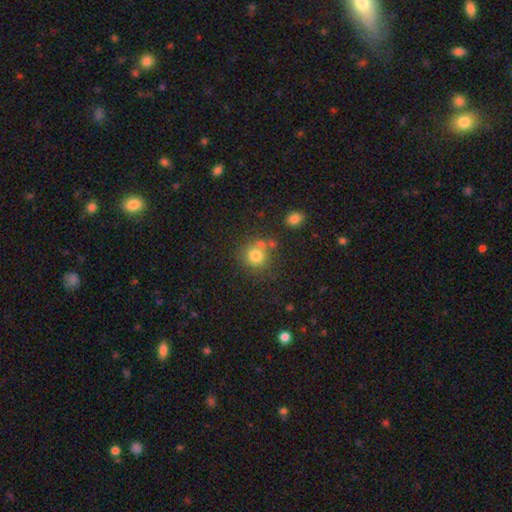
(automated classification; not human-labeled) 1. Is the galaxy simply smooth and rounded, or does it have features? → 78% smooth, 13% star or artifact, 9% featured or disk.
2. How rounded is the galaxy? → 88% round, 11% in between, 1% cigar-shaped.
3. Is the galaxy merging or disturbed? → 66% none, 16% merger, 13% minor disturbance, 5% major disturbance.